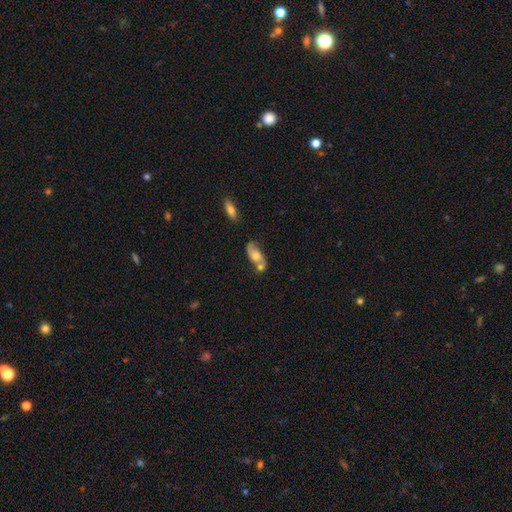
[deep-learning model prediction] Smooth or featured? Predicted: featured or disk (p=0.54). Edge-on disk? Predicted: no (p=0.88). Merging? Predicted: none (p=0.47).